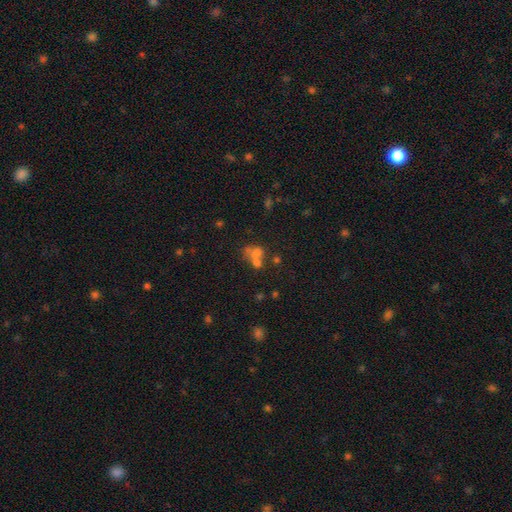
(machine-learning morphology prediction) Q: Smooth or featured?
A: smooth (55%); runner-up: featured or disk (25%)
Q: How rounded?
A: in between (52%); runner-up: round (46%)
Q: Merging?
A: merger (57%); runner-up: none (25%)